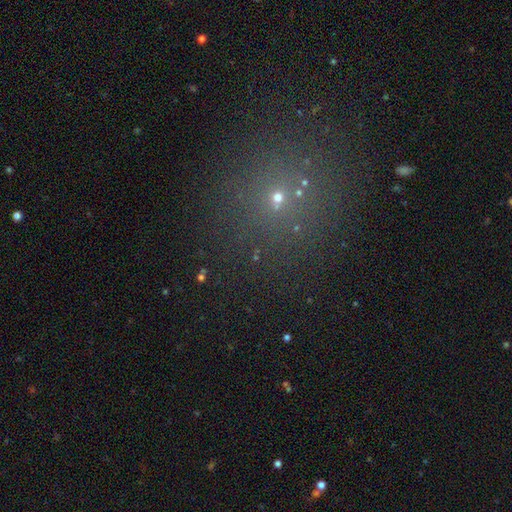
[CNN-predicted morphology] star or artifact 49%, smooth 39%, featured or disk 12%.